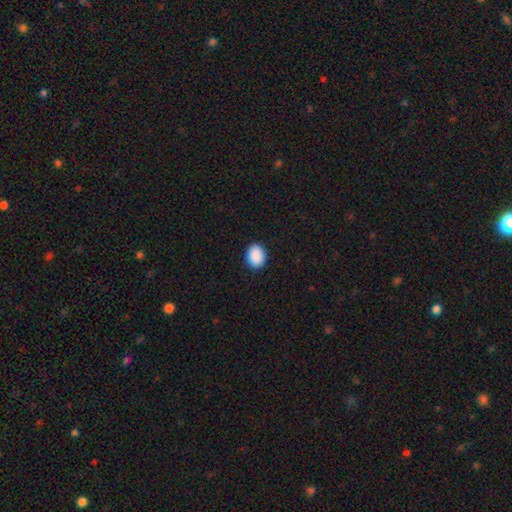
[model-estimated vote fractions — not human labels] Overall: smooth (91%). How rounded: in between (67%; round 32%). Merging: none (89%).